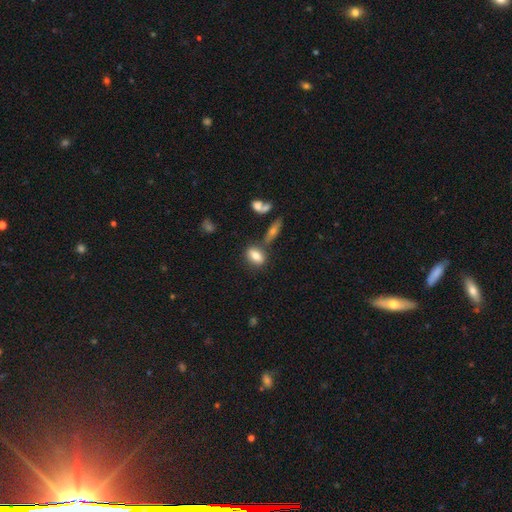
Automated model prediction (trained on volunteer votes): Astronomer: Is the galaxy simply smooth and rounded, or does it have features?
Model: smooth — 79%.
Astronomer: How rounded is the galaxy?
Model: in between — 83%.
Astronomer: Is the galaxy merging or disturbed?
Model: none — 65%.